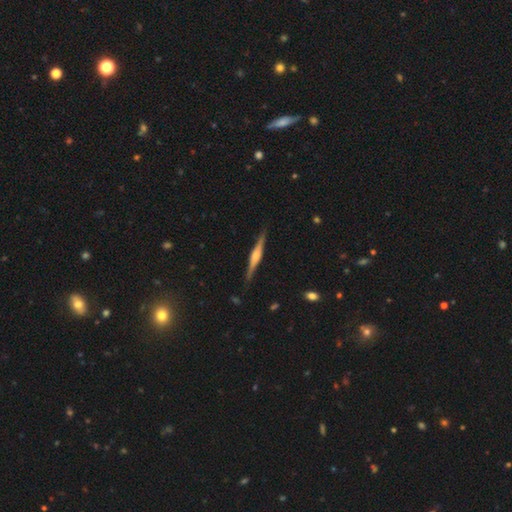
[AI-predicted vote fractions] This appears to be a featured or disk galaxy (76%) viewed edge-on (98%) with a rounded central bulge (79%). Merging: none (89%).